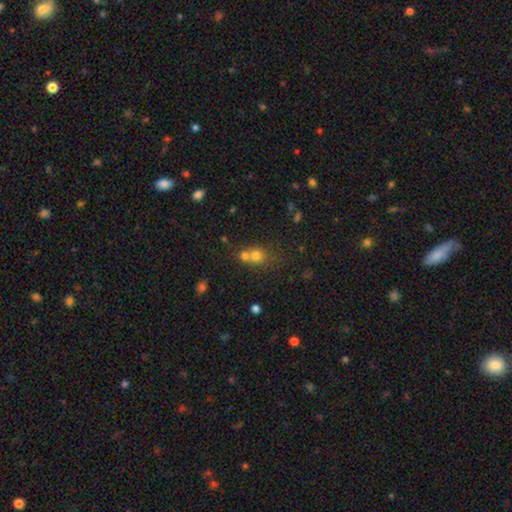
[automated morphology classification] Smooth or featured: smooth — 71% (star or artifact — 15%)
How rounded: round — 79% (in between — 20%)
Merging: merger — 55% (none — 34%)